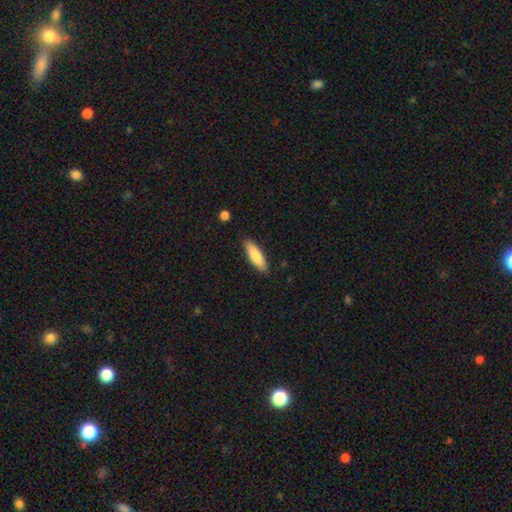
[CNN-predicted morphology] type=smooth (82%); roundness=cigar-shaped (55%); merging=none (88%).